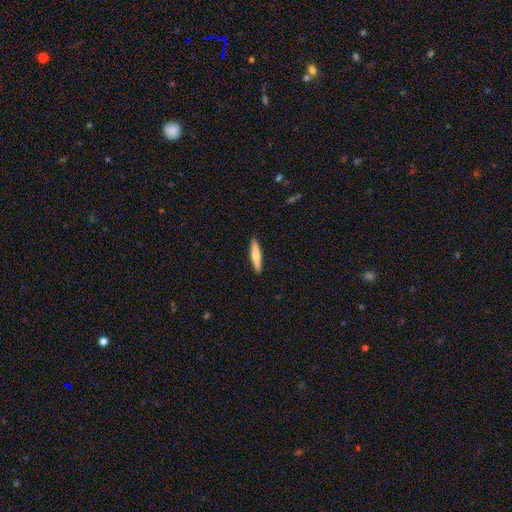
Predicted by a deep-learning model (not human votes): Smooth or featured? Predicted: smooth (p=0.69). How rounded? Predicted: cigar-shaped (p=0.88). Merging? Predicted: none (p=0.91).